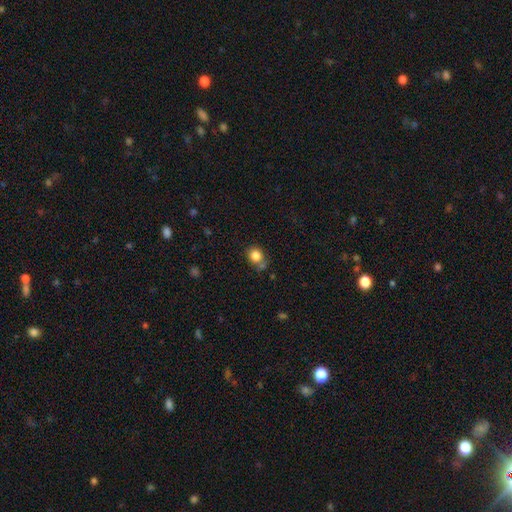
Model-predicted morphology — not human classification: smooth_or_featured: smooth (p=0.84) [alt: star or artifact p=0.10]
how_rounded: round (p=0.75) [alt: in between p=0.24]
merging: none (p=0.61) [alt: minor disturbance p=0.19]